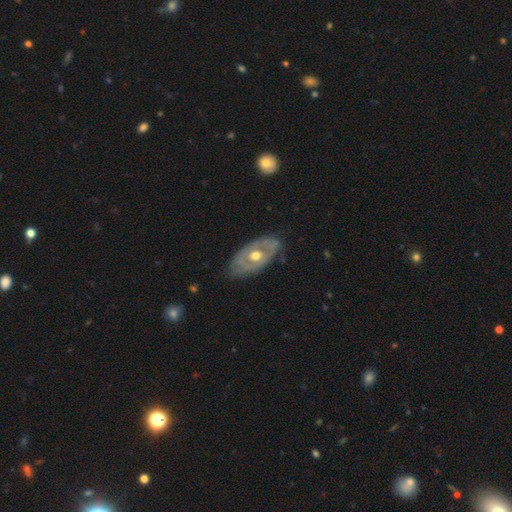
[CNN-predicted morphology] A featured or disk galaxy (71%) with no bar (87%), no spiral arms (64%) and a moderate central bulge (79%). Merging: none (71%).